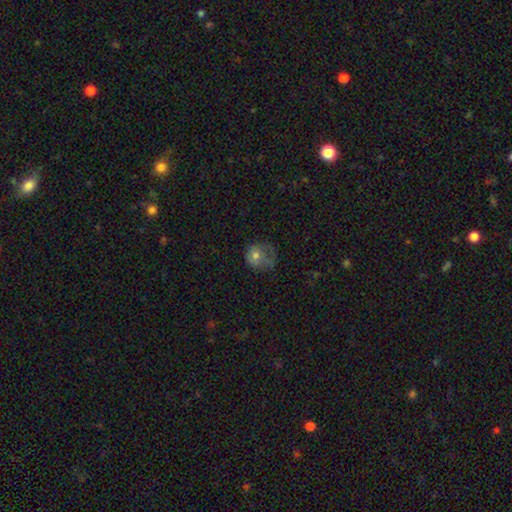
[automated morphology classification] Overall: smooth (64%; featured or disk 26%). How rounded: round (70%). Merging: major disturbance (38%; none 32%).